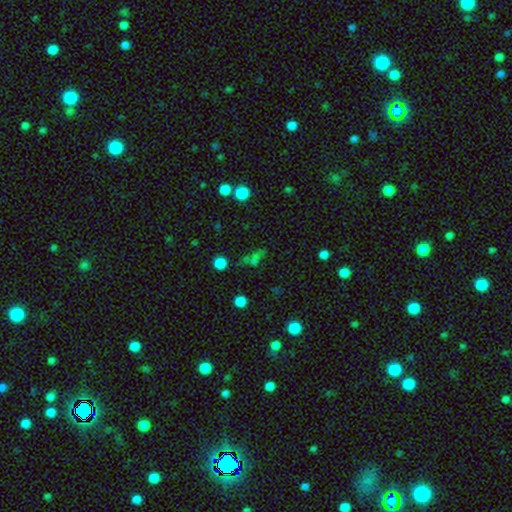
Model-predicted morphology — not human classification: This is possibly a star or artifact rather than a galaxy (46%).